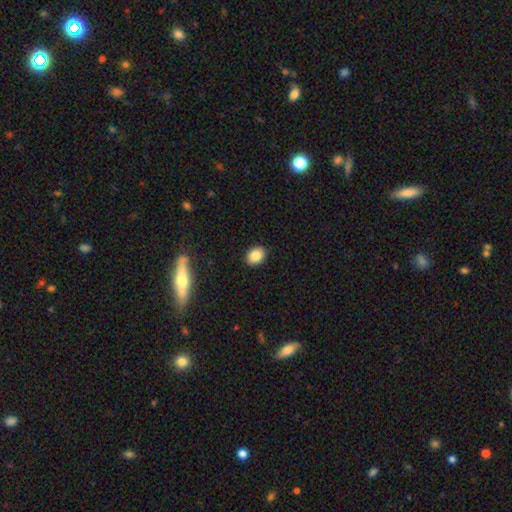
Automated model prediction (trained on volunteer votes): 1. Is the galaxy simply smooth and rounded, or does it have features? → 85% smooth, 8% star or artifact, 6% featured or disk.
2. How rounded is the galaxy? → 61% in between, 38% round, 1% cigar-shaped.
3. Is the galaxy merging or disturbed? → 89% none, 7% minor disturbance, 2% major disturbance, 1% merger.